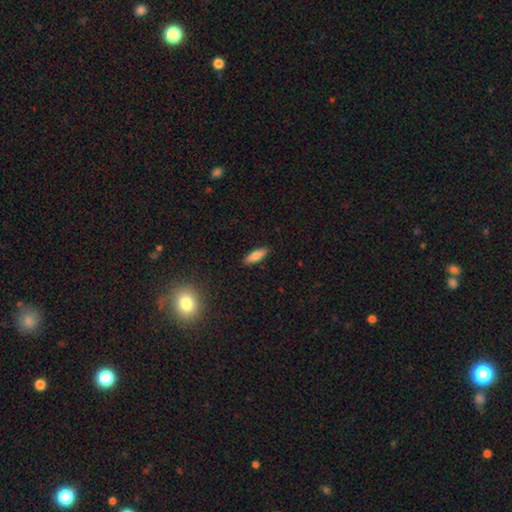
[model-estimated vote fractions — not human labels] This is likely a smooth galaxy (75%). How rounded: possibly cigar-shaped (49%, tied with in between). Merging: clearly none (89%).